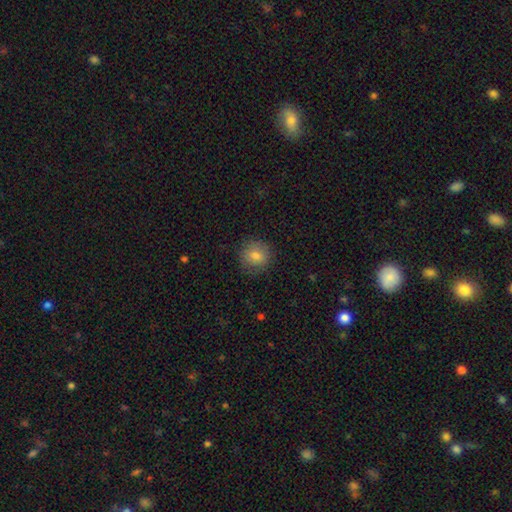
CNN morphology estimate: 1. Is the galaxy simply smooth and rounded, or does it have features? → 79% smooth, 11% featured or disk, 10% star or artifact.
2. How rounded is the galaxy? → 90% round, 9% in between, 1% cigar-shaped.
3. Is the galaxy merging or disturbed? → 85% none, 11% minor disturbance, 3% major disturbance, 1% merger.